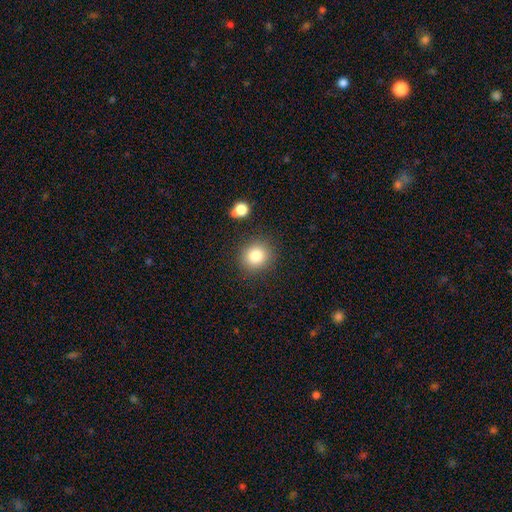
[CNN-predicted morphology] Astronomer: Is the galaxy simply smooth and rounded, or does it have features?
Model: smooth — 83%.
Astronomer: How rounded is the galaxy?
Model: round — 83%.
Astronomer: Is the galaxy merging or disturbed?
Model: none — 84%.